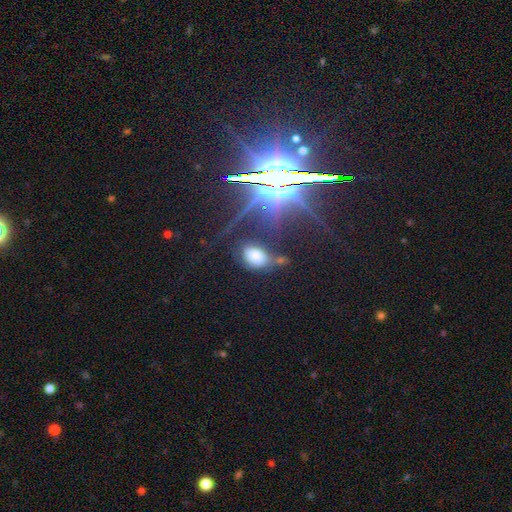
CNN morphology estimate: Smooth or featured? smooth (68%)
How rounded? in between (80%)
Merging? none (49%)